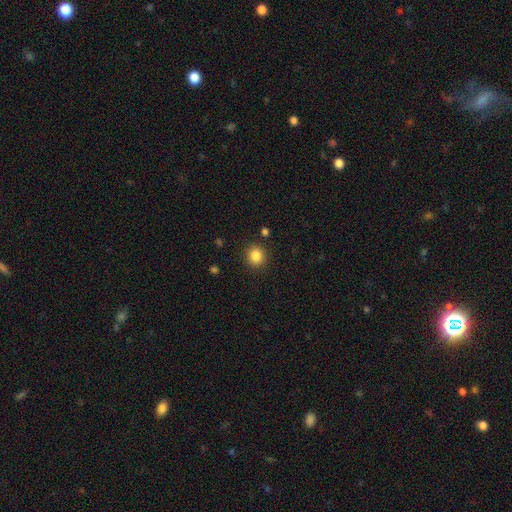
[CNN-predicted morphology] A smooth galaxy with no disk features (85%) that is round (87%). Merging: none (89%).